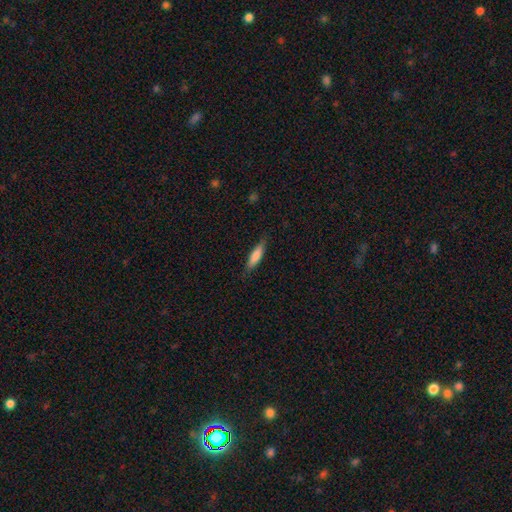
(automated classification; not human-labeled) Morphology: type=smooth (76%); roundness=cigar-shaped (74%); merging=none (83%).